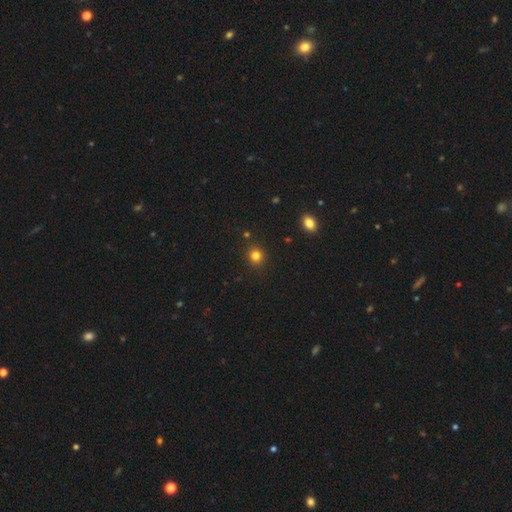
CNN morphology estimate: Smooth or featured? Predicted: smooth (p=0.81). How rounded? Predicted: round (p=0.87). Merging? Predicted: none (p=0.89).